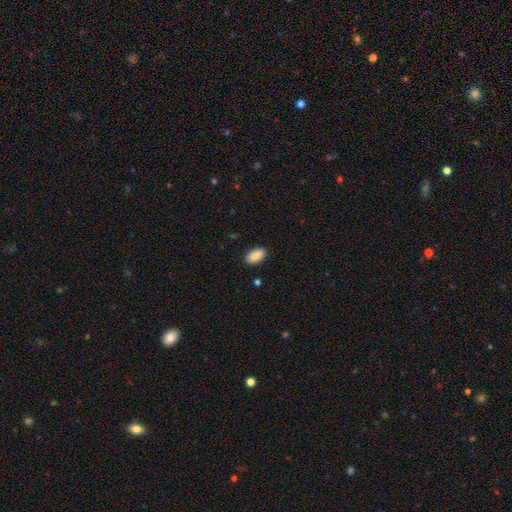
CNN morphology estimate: A smooth galaxy with no disk features (88%) that is in between round and cigar-shaped (93%).

Vote fractions:
- Smooth or featured? smooth: 88% / star or artifact: 7% / featured or disk: 6%
- How rounded? in between: 93% / round: 4% / cigar-shaped: 2%
- Merging? none: 88% / minor disturbance: 9% / major disturbance: 2% / merger: 1%